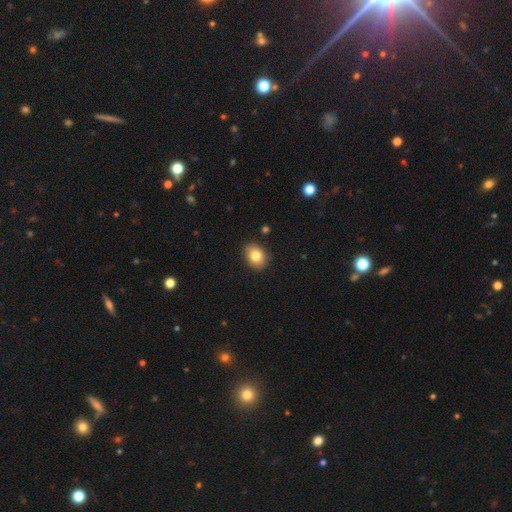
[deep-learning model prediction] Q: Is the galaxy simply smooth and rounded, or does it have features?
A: smooth — 81%.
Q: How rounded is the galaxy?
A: in between — 60%.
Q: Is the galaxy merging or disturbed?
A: none — 86%.